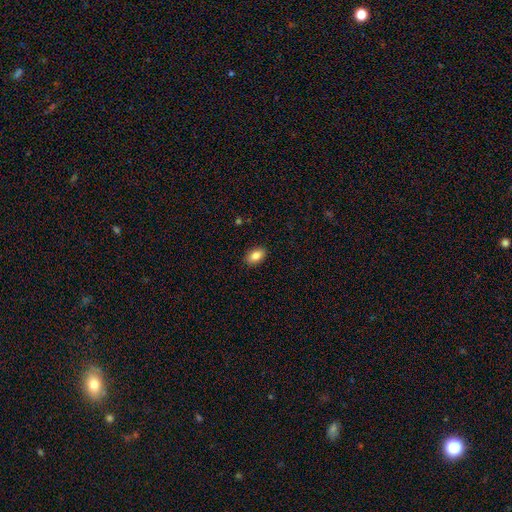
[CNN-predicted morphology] Smooth or featured?
  - smooth: 85% *
  - star or artifact: 8%
  - featured or disk: 7%
How rounded?
  - in between: 90% *
  - round: 8%
  - cigar-shaped: 3%
Merging?
  - none: 89% *
  - minor disturbance: 8%
  - major disturbance: 2%
  - merger: 1%